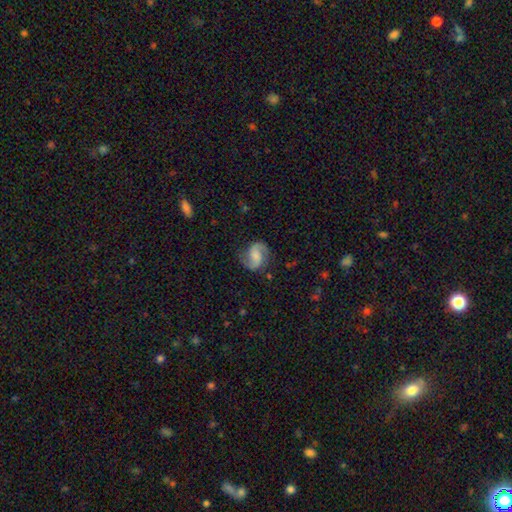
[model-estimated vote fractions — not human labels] featured or disk 81%, smooth 13%, star or artifact 6%. Down the decision tree: edge-on disk — no (98%); bar — weak (44%); spiral arms — yes (97%); spiral arm count — 2 (93%); spiral winding — medium (49%); bulge size — moderate (34%); merging — none (80%).